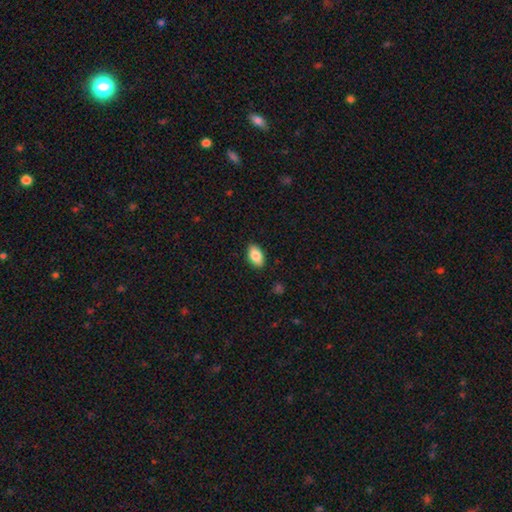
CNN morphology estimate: Overall: smooth (84%). How rounded: in between (93%). Merging: none (88%).